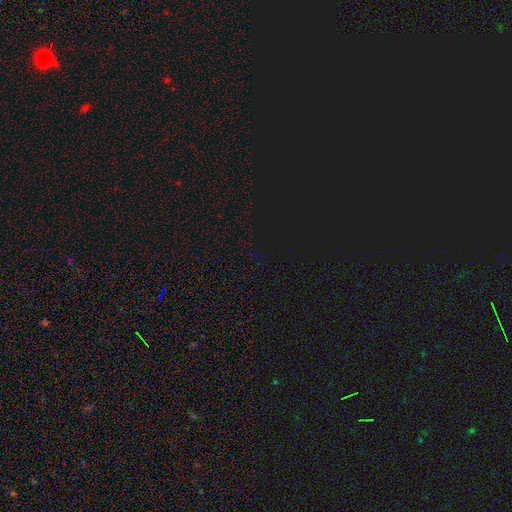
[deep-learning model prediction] Morphology: type=star or artifact (79%).